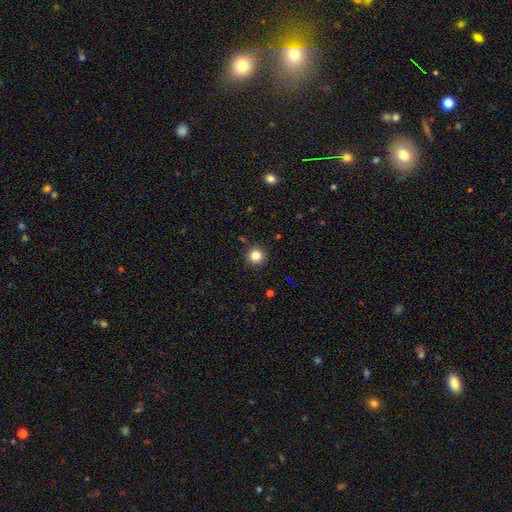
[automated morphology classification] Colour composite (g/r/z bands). It shows a smooth galaxy with no disk features (83%) that is round (95%). Merging: none (91%).